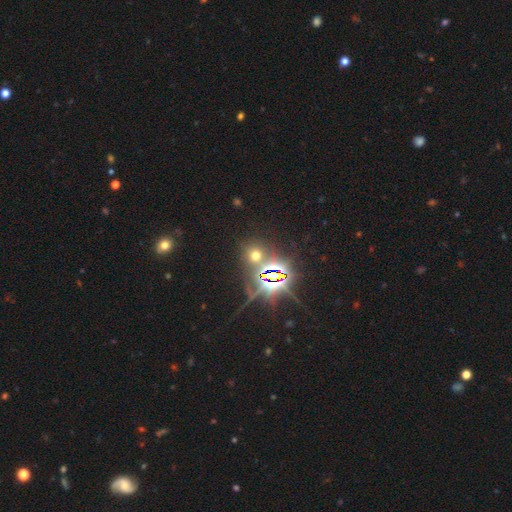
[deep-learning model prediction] Morphology: type=star or artifact (52%).